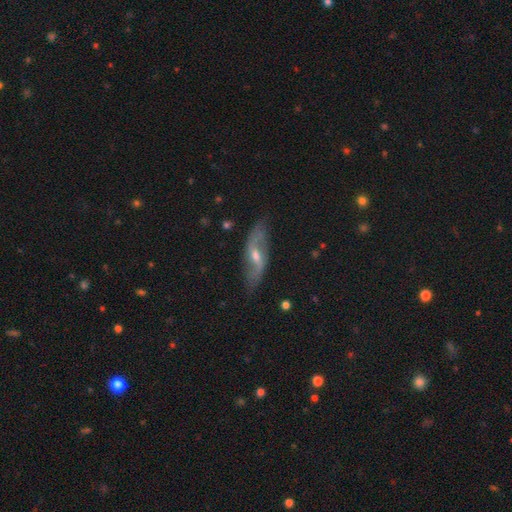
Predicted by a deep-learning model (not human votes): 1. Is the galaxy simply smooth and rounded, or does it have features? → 74% featured or disk, 16% smooth, 10% star or artifact.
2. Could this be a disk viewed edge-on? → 79% no, 21% yes.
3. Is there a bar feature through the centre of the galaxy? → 43% weak (tied), 43% no (tied), 15% strong.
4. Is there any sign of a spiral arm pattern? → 88% yes, 12% no.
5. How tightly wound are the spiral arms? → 59% loose, 29% medium, 12% tight.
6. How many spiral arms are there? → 88% 2, 7% can't tell, 2% 1, 1% 3, 1% 4, 1% more than 4.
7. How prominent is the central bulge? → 60% moderate, 34% small, 3% large, 2% none, 1% dominant.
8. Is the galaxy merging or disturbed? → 81% none, 14% minor disturbance, 4% major disturbance, 2% merger.